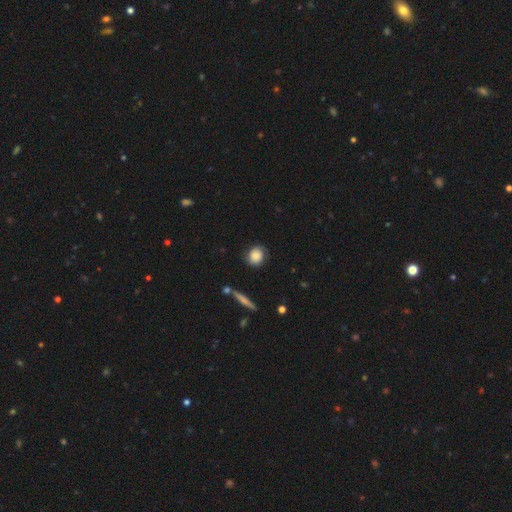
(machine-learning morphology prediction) smooth 71%, featured or disk 21%, star or artifact 8%. Down the decision tree: how rounded — round (75%); merging — none (72%).